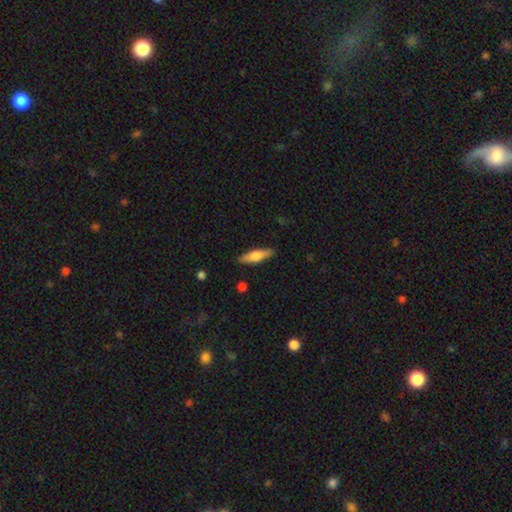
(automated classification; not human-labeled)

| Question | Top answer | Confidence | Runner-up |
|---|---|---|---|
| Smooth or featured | smooth | 61% | featured or disk (34%) |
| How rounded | cigar-shaped | 63% | in between (35%) |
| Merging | none | 88% | minor disturbance (9%) |